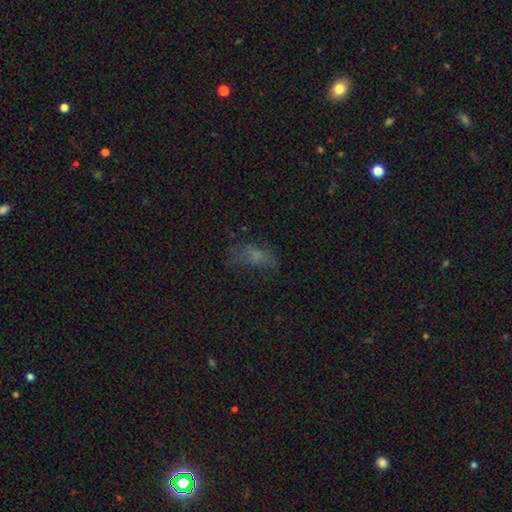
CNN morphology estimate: This appears to be a smooth galaxy with no disk features (56%) that is in between round and cigar-shaped (82%). Merging: none (47%).